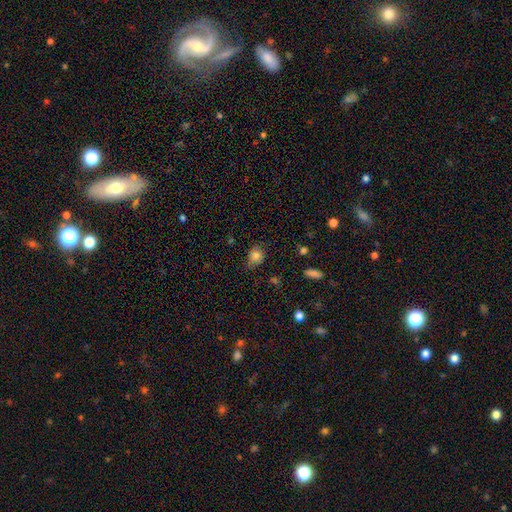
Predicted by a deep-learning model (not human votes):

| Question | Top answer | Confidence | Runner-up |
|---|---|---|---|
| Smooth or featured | smooth | 81% | star or artifact (11%) |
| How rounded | round | 62% | in between (36%) |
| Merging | none | 65% | minor disturbance (27%) |